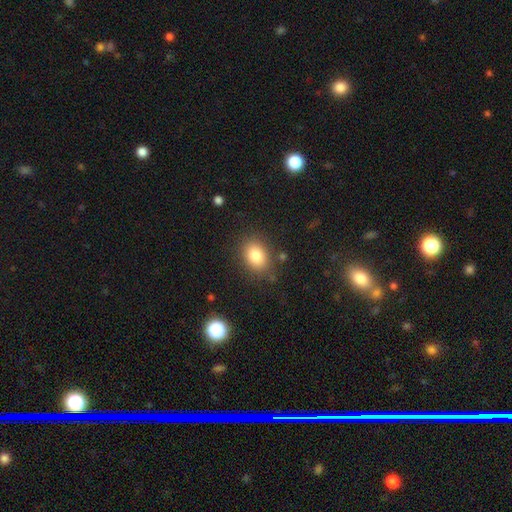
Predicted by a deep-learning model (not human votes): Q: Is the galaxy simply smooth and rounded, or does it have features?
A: smooth — 82%.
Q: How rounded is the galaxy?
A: in between — 68%.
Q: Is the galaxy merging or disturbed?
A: none — 82%.